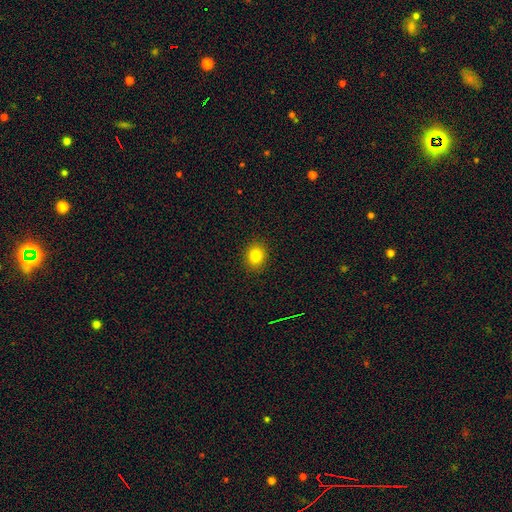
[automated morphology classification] Smooth or featured? smooth (81%)
How rounded? round (68%)
Merging? none (91%)